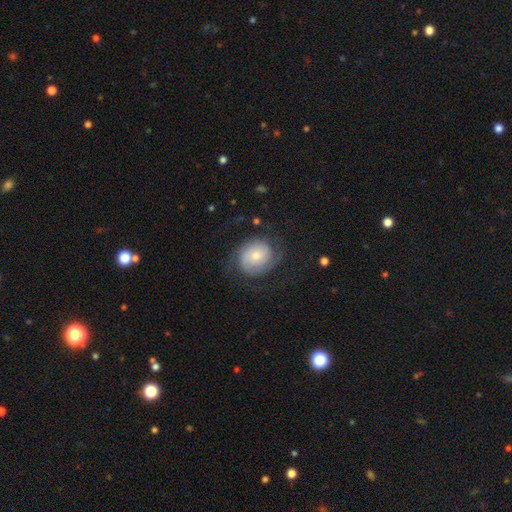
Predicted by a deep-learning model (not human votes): Smooth or featured: featured or disk — 63% (smooth — 31%)
Edge-on disk: no — 98% (yes — 2%)
Bar: no — 71% (weak — 25%)
Spiral arms: yes — 89% (no — 11%)
Spiral winding: tight — 50% (medium — 35%)
Spiral arm count: 2 — 59% (can't tell — 21%)
Bulge size: small — 49% (moderate — 43%)
Merging: none — 67% (minor disturbance — 19%)